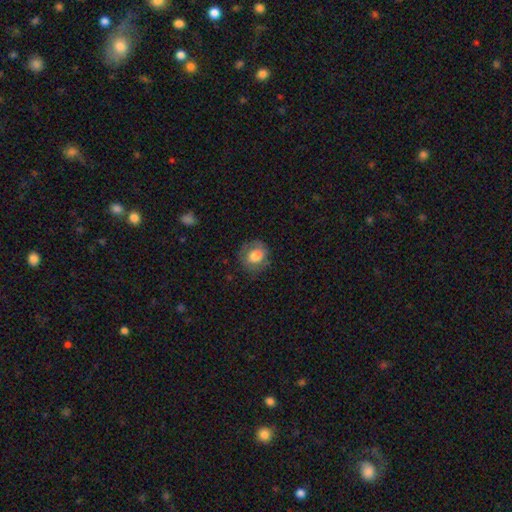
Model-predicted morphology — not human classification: This is likely a smooth galaxy (75%). How rounded: likely round (74%). Merging: likely none (73%).